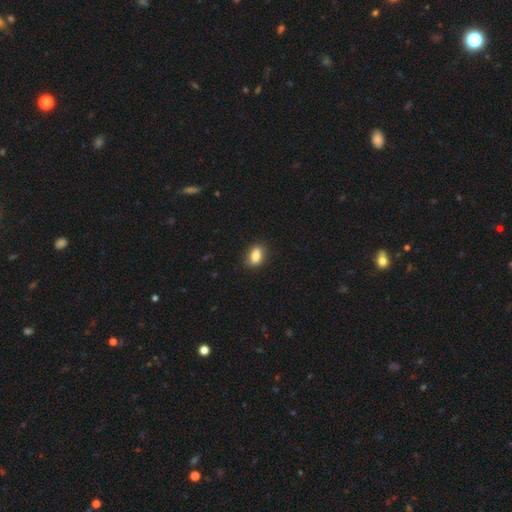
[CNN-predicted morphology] Overall: smooth (83%). How rounded: in between (84%). Merging: none (81%).